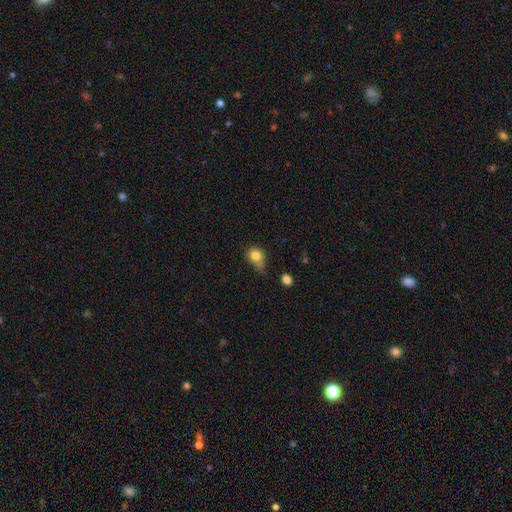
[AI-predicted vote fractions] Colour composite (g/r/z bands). It shows a smooth galaxy with no disk features (80%) that is round (65%). Merging: minor disturbance (38%).